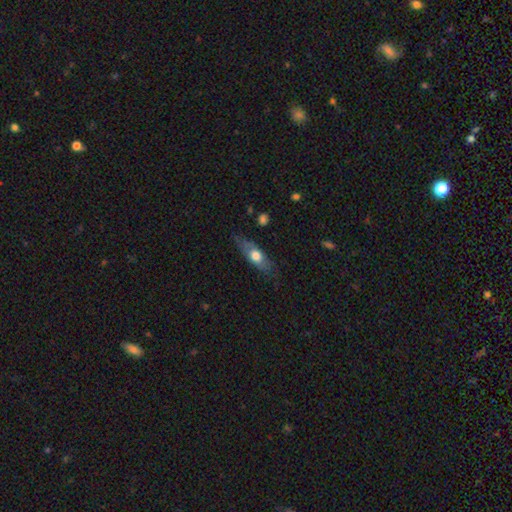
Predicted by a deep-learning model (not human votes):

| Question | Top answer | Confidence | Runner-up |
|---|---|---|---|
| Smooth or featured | smooth | 56% | featured or disk (37%) |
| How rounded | in between | 57% | cigar-shaped (38%) |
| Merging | none | 69% | minor disturbance (22%) |